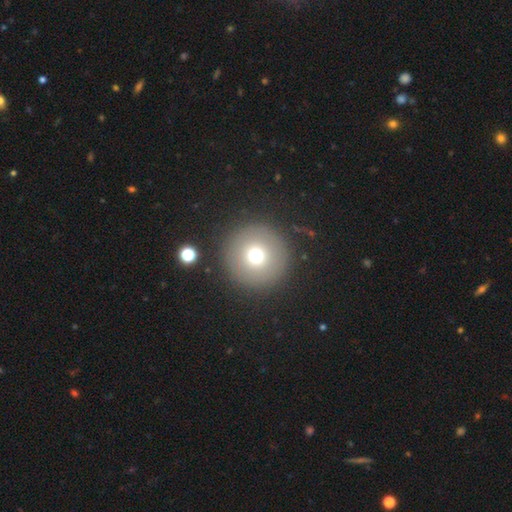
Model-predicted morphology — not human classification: Smooth or featured? smooth (71%)
How rounded? round (97%)
Merging? none (89%)